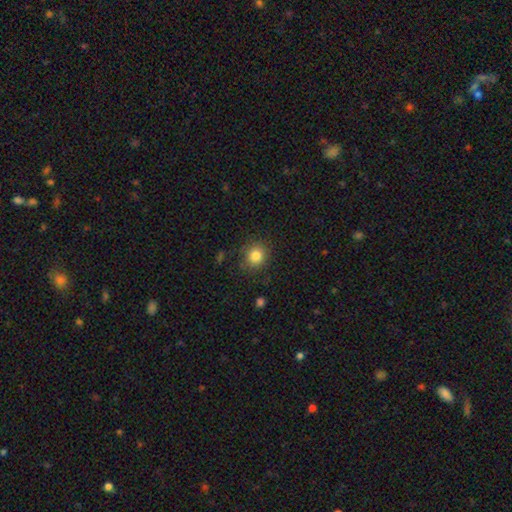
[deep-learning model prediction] A smooth galaxy with no disk features (83%) that is round (84%).

Vote fractions:
- Smooth or featured? smooth: 83% / star or artifact: 11% / featured or disk: 6%
- How rounded? round: 84% / in between: 15% / cigar-shaped: 1%
- Merging? none: 83% / minor disturbance: 12% / major disturbance: 4% / merger: 2%